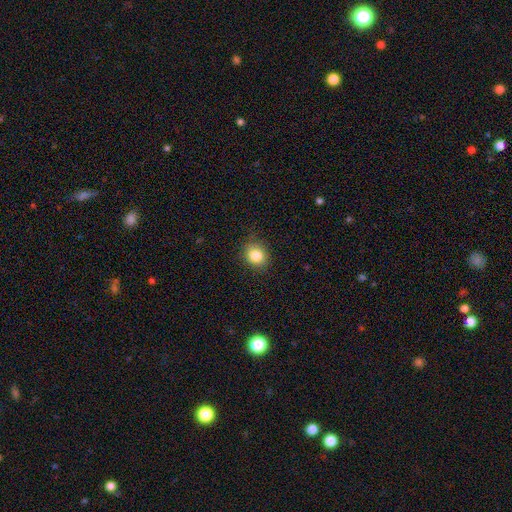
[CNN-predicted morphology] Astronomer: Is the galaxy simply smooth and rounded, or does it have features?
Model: smooth — 83%.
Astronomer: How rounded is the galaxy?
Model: round — 72%.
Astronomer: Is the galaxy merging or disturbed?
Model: none — 85%.